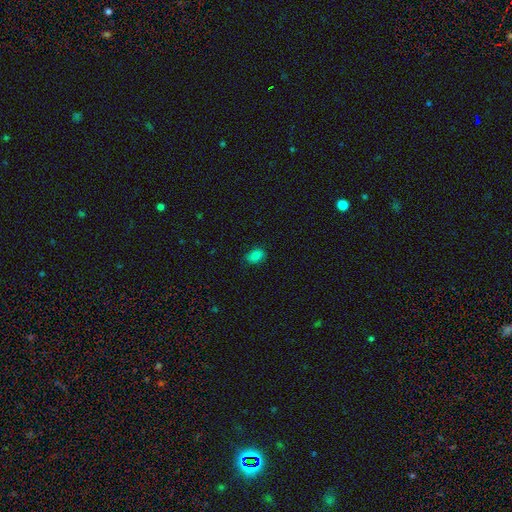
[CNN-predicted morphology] smooth_or_featured: smooth (p=0.83) [alt: star or artifact p=0.12]
how_rounded: in between (p=0.80) [alt: round p=0.19]
merging: none (p=0.80) [alt: minor disturbance p=0.16]